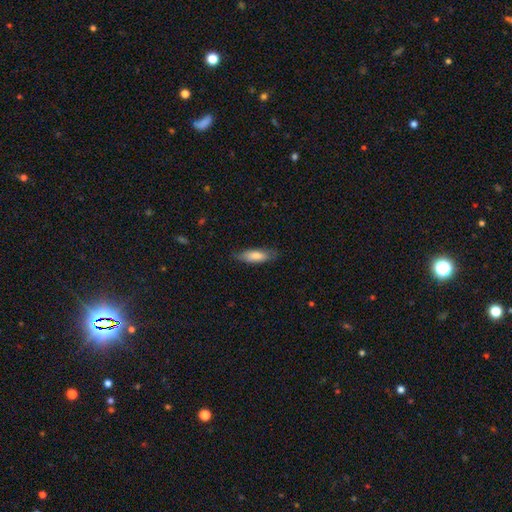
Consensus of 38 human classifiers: Smooth or featured?
  - smooth: 74% *
  - featured or disk: 21%
  - star or artifact: 5%
How rounded?
  - in between: 54% *
  - cigar-shaped: 46%
  - round: 0%
Merging?
  - none: 75% *
  - minor disturbance: 25%
  - major disturbance: 0%
  - merger: 0%